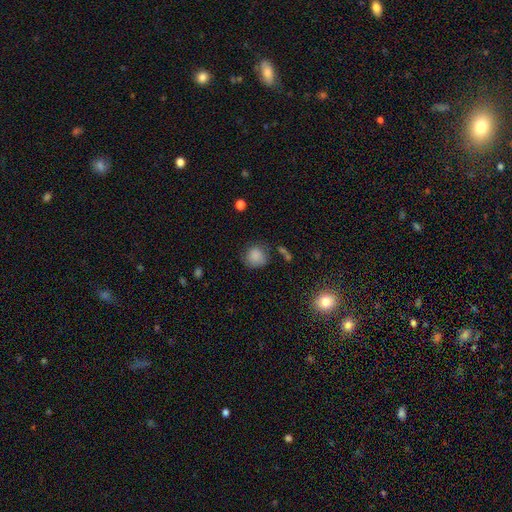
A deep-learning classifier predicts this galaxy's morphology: Smooth or featured?
  - smooth: 85% *
  - star or artifact: 10%
  - featured or disk: 5%
How rounded?
  - round: 85% *
  - in between: 14%
  - cigar-shaped: 1%
Merging?
  - none: 70% *
  - minor disturbance: 19%
  - major disturbance: 6%
  - merger: 4%